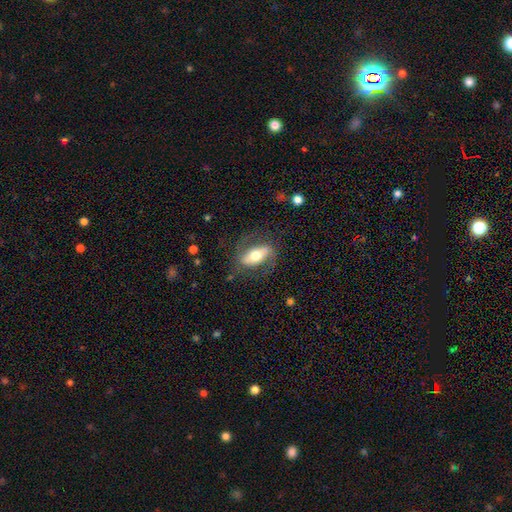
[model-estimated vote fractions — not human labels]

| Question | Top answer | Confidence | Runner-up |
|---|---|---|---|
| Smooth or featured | featured or disk | 50% | smooth (44%) |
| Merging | none | 72% | minor disturbance (17%) |